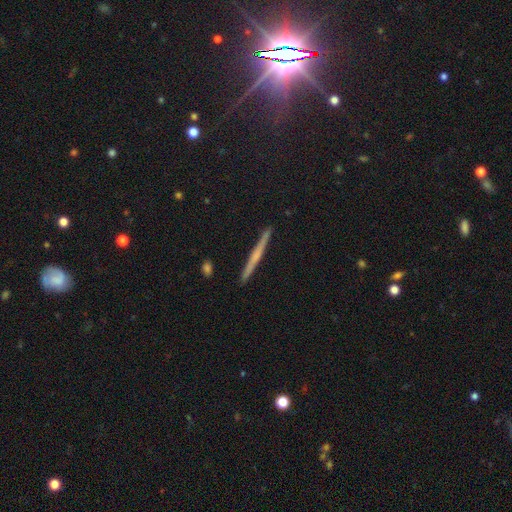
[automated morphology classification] smooth-or-featured: featured or disk: 61% | smooth: 31% | star or artifact: 8%
  disk-edge-on: yes: 98% | no: 2%
    edge-on-bulge: none: 51% | rounded: 40% | boxy: 9%
  merging: none: 93% | minor disturbance: 5% | major disturbance: 1% | merger: 1%